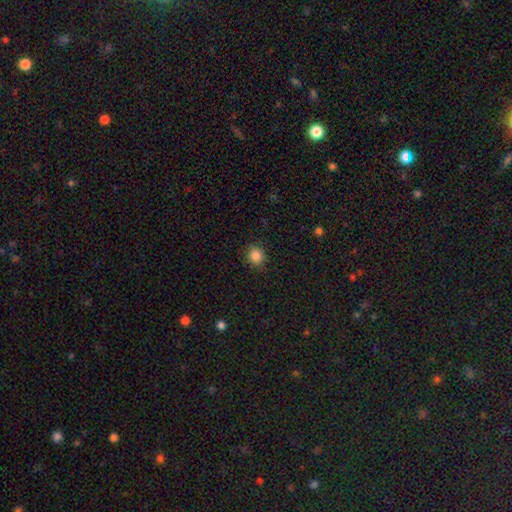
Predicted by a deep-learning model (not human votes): Smooth or featured? smooth (86%)
How rounded? round (86%)
Merging? none (87%)